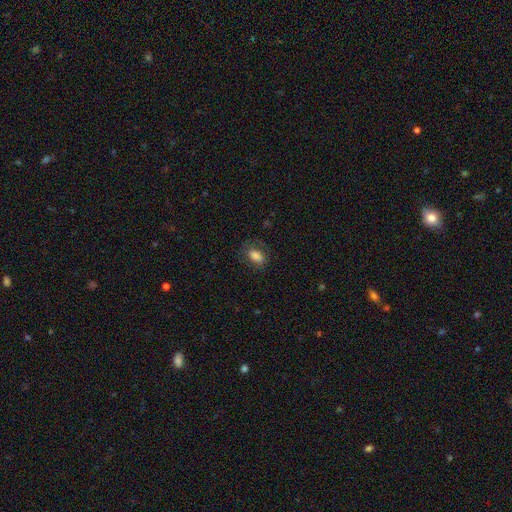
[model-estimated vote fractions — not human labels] Smooth or featured: smooth — 78% (featured or disk — 12%)
How rounded: in between — 87% (round — 10%)
Merging: none — 66% (minor disturbance — 20%)